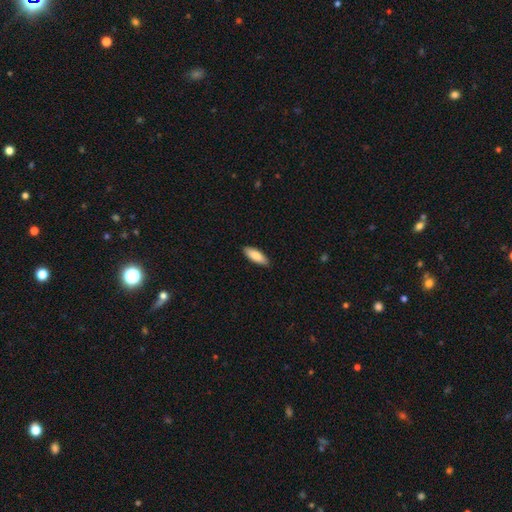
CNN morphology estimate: This appears to be a smooth galaxy with no disk features (84%) that is in between round and cigar-shaped (65%). Merging: none (88%).